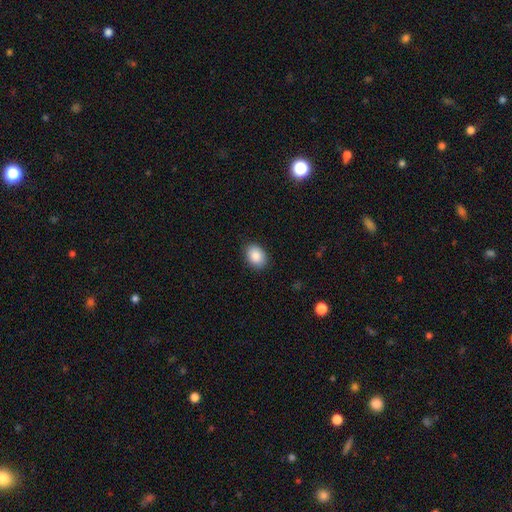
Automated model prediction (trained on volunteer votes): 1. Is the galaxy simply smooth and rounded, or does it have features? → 88% smooth, 7% star or artifact, 4% featured or disk.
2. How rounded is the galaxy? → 73% in between, 26% round, 1% cigar-shaped.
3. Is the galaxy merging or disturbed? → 87% none, 10% minor disturbance, 2% major disturbance, 1% merger.